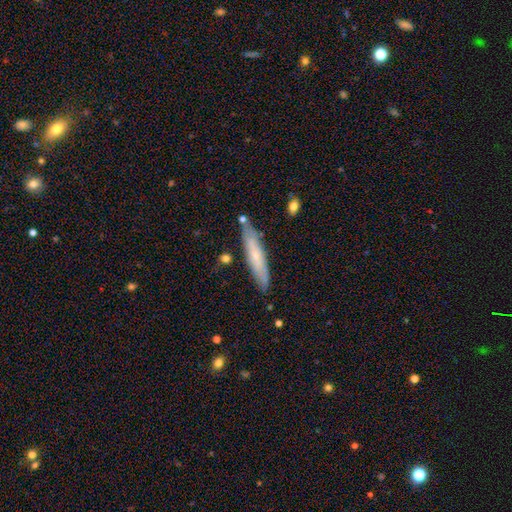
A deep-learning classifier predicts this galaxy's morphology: type=smooth (53%); roundness=cigar-shaped (88%); merging=none (82%).